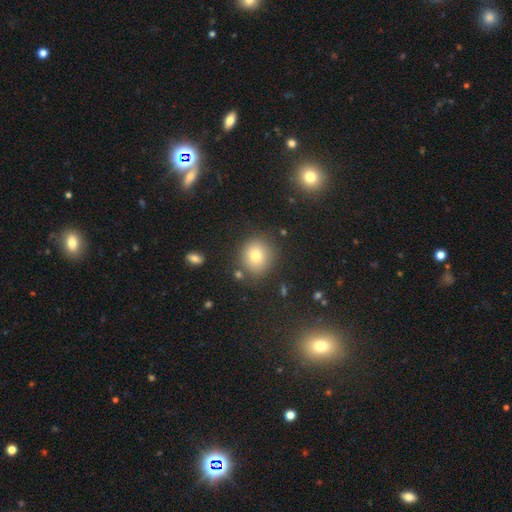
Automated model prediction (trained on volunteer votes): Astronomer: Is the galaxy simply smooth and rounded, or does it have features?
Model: smooth — 75%.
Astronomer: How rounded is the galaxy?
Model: round — 83%.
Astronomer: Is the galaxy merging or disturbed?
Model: none — 82%.